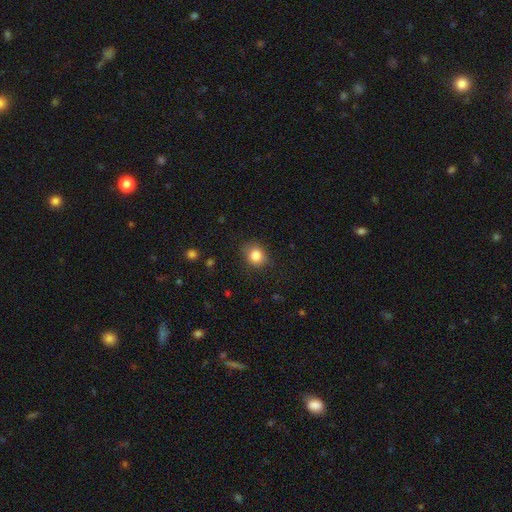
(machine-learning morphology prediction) type=smooth (84%); roundness=round (74%); merging=none (84%).